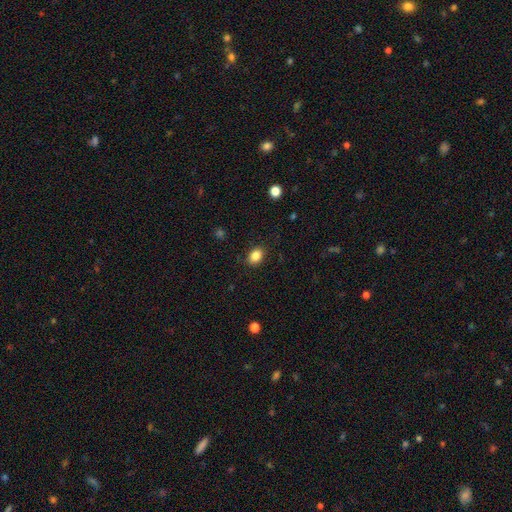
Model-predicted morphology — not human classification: Smooth or featured: smooth — 85% (star or artifact — 10%)
How rounded: in between — 70% (round — 29%)
Merging: none — 86% (minor disturbance — 10%)